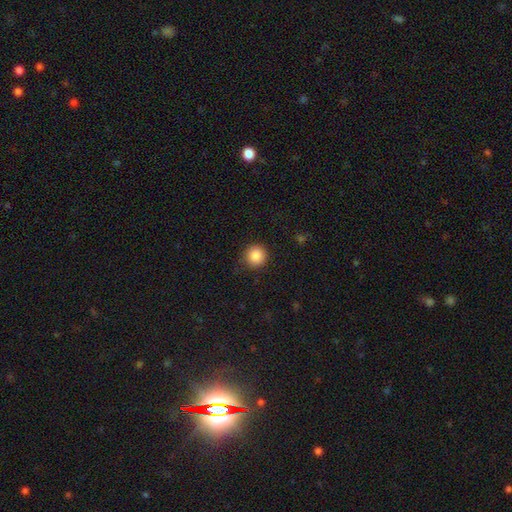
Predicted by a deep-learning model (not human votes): A smooth galaxy with no disk features (87%) that is round (95%). Merging: none (87%).